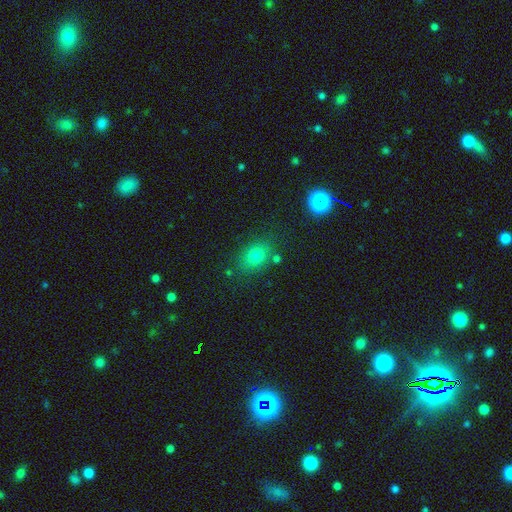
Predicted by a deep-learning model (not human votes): Smooth or featured? smooth (76%)
How rounded? in between (62%)
Merging? none (77%)